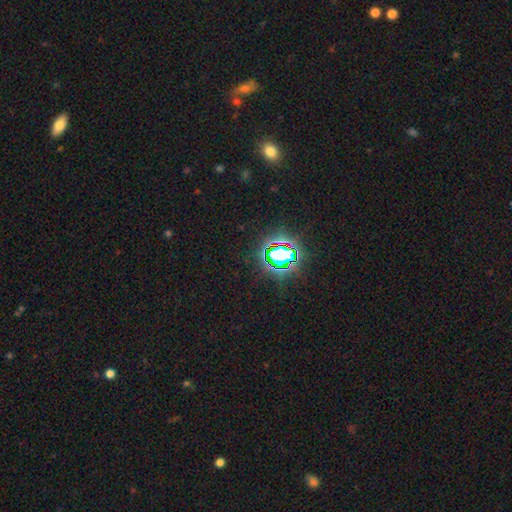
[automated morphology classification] Smooth or featured: star or artifact — 79% (smooth — 13%)